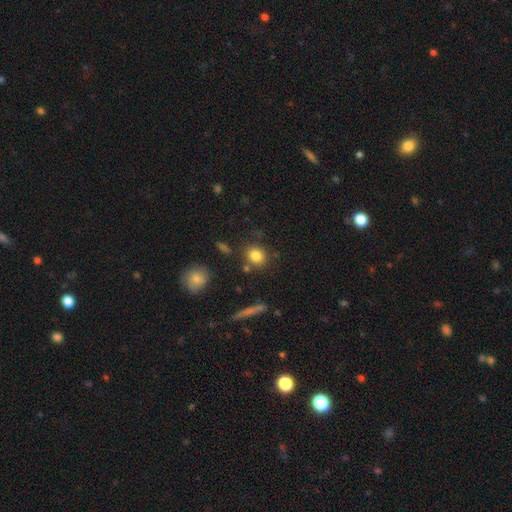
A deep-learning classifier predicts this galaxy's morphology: smooth-or-featured: smooth: 83% | star or artifact: 10% | featured or disk: 7%
  how-rounded: round: 65% | in between: 32% | cigar-shaped: 2%
  merging: none: 79% | minor disturbance: 11% | merger: 6% | major disturbance: 4%